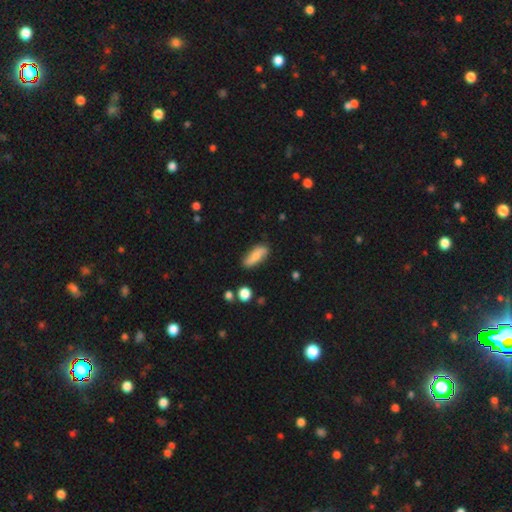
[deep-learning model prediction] Smooth or featured? Predicted: smooth (p=0.66). How rounded? Predicted: in between (p=0.64). Merging? Predicted: none (p=0.77).